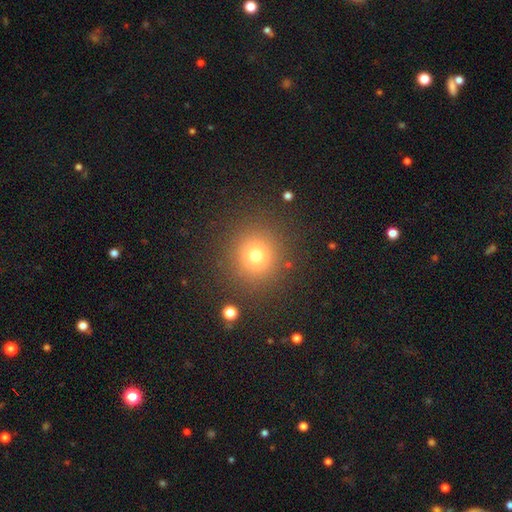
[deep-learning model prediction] smooth_or_featured: smooth (p=0.74) [alt: star or artifact p=0.18]
how_rounded: round (p=0.92) [alt: in between p=0.07]
merging: none (p=0.88) [alt: minor disturbance p=0.07]